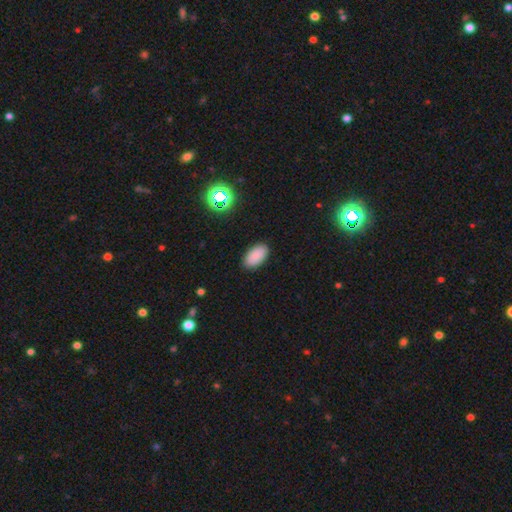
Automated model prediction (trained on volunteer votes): smooth_or_featured: smooth (p=0.87) [alt: star or artifact p=0.09]
how_rounded: in between (p=0.95) [alt: round p=0.03]
merging: none (p=0.89) [alt: minor disturbance p=0.08]